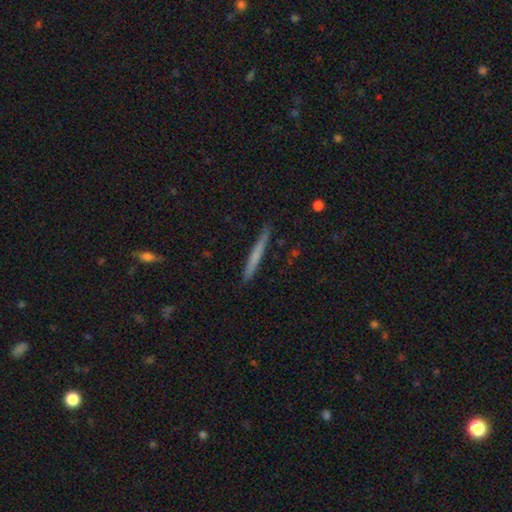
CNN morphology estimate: smooth_or_featured: smooth (p=0.59) [alt: featured or disk p=0.35]
how_rounded: cigar-shaped (p=0.97) [alt: in between p=0.02]
merging: none (p=0.91) [alt: minor disturbance p=0.06]